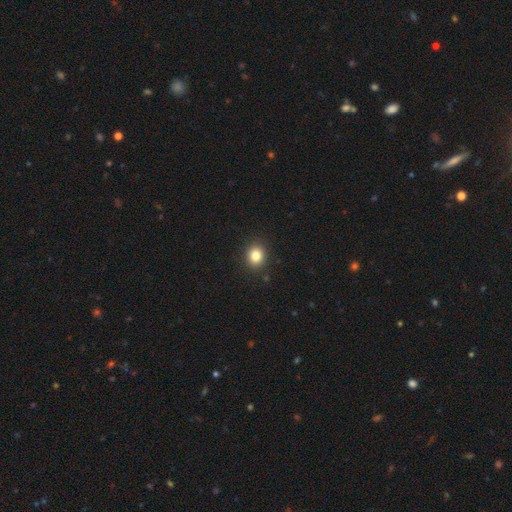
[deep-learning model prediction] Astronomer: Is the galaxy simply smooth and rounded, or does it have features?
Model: smooth — 83%.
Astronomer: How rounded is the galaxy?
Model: round — 74%.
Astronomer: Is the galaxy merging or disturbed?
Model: none — 90%.